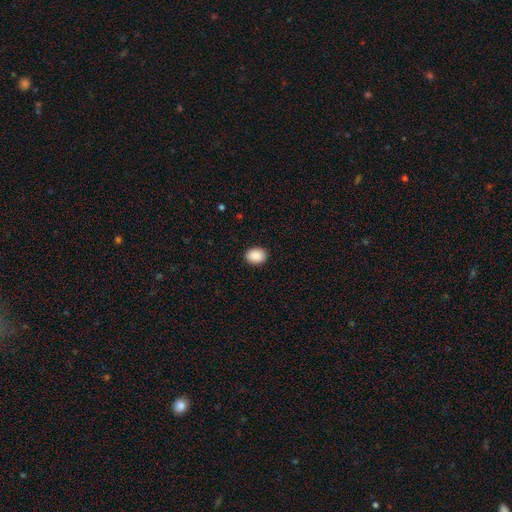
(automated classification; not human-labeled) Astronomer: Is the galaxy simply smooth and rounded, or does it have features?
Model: smooth — 90%.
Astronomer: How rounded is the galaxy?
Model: in between — 63%.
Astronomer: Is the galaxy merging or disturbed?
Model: none — 90%.